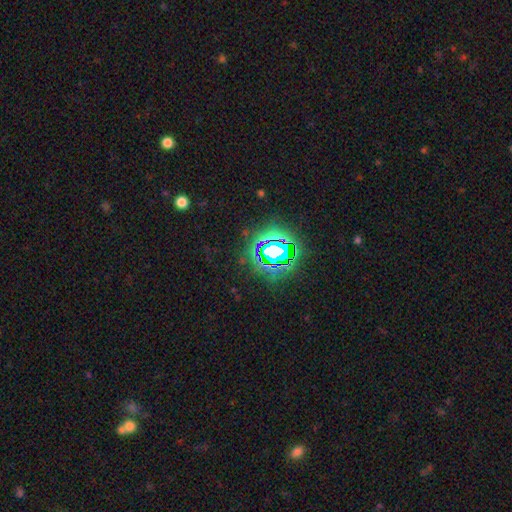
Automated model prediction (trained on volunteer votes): A star or artifact, not a galaxy (81%).

Vote fractions:
- Smooth or featured? star or artifact: 81% / smooth: 12% / featured or disk: 6%